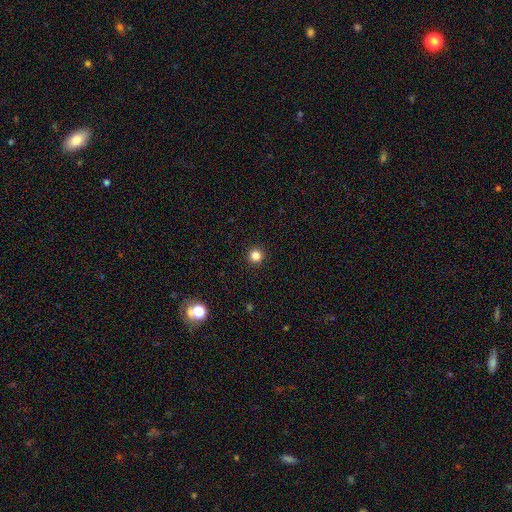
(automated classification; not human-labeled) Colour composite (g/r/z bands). It shows a smooth galaxy with no disk features (83%) that is round (96%). Merging: none (94%).